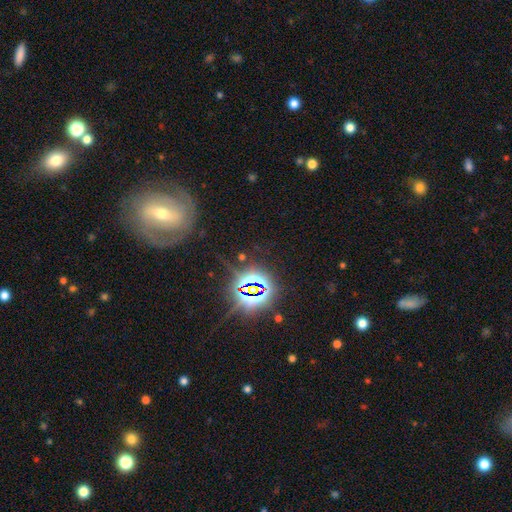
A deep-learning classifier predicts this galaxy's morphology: The model was most divided on "smooth or featured": star or artifact: 52%, featured or disk: 31%, smooth: 17%.